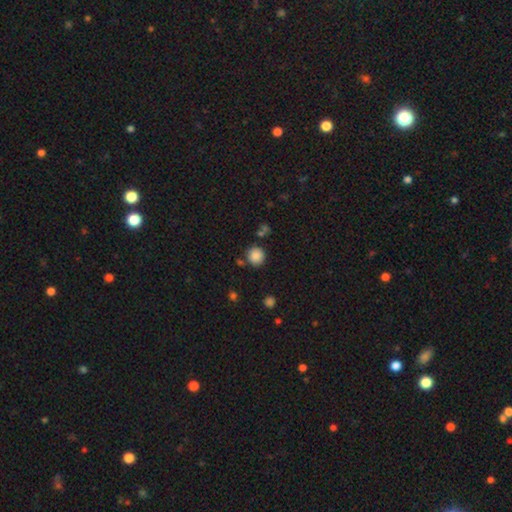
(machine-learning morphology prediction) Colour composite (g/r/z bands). It shows a smooth galaxy with no disk features (86%) that is round (91%). Merging: none (80%).